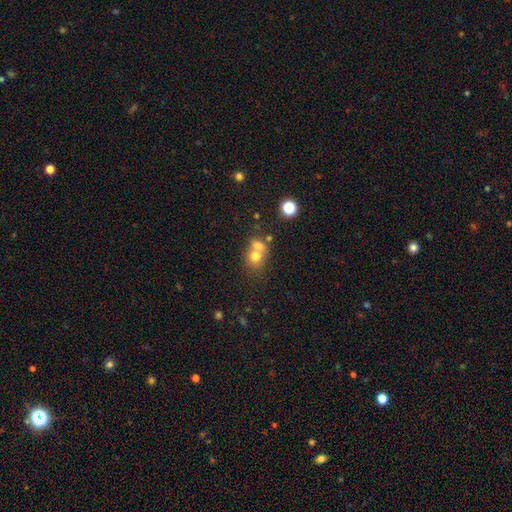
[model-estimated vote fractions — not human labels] Smooth or featured: smooth — 71% (featured or disk — 16%)
How rounded: round — 66% (in between — 33%)
Merging: merger — 58% (none — 31%)